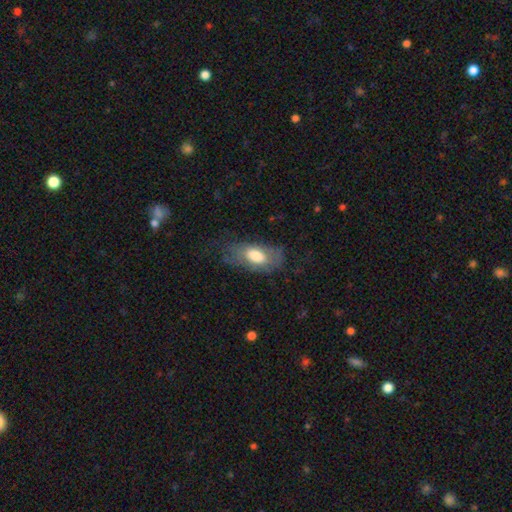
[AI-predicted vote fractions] Morphology: type=smooth (63%); roundness=in between (90%); merging=none (54%).